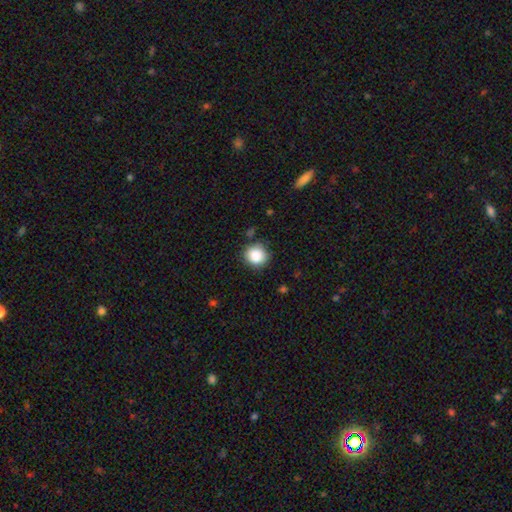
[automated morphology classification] This appears to be a smooth galaxy with no disk features (86%) that is round (88%). Merging: none (81%).